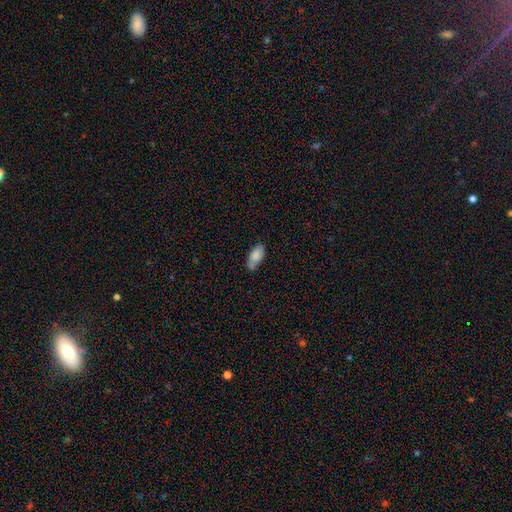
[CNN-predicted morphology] Smooth or featured?
  - smooth: 81% *
  - featured or disk: 11%
  - star or artifact: 8%
How rounded?
  - in between: 91% *
  - cigar-shaped: 6%
  - round: 3%
Merging?
  - none: 52% *
  - minor disturbance: 24%
  - merger: 18%
  - major disturbance: 6%